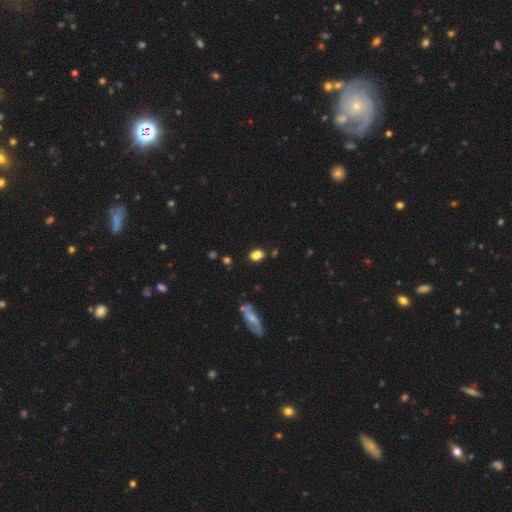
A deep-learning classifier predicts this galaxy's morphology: smooth 81%, star or artifact 12%, featured or disk 7%. Down the decision tree: how rounded — in between (77%); merging — none (78%).